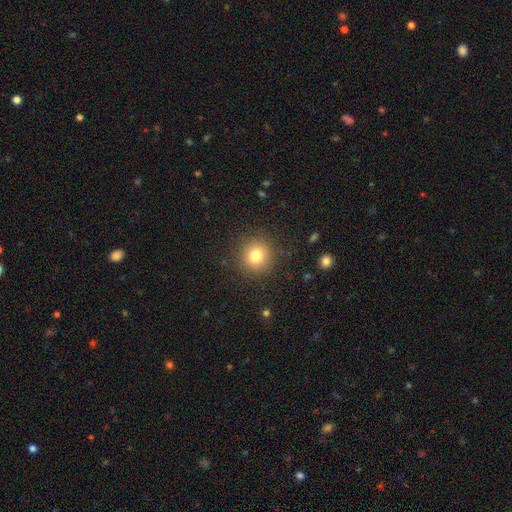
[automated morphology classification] Smooth or featured?
  - smooth: 78% *
  - star or artifact: 13%
  - featured or disk: 9%
How rounded?
  - round: 93% *
  - in between: 6%
  - cigar-shaped: 1%
Merging?
  - none: 89% *
  - minor disturbance: 7%
  - major disturbance: 3%
  - merger: 1%